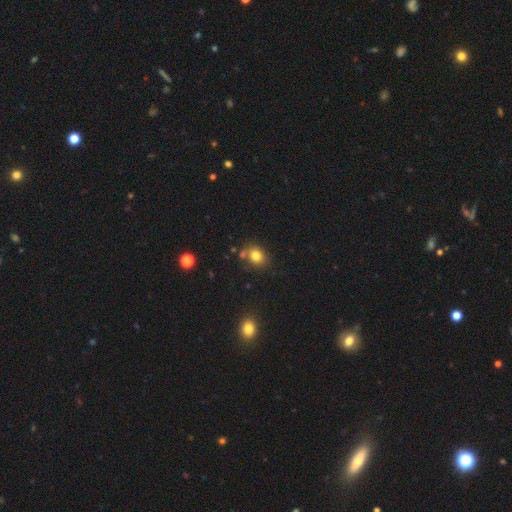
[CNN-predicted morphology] This is likely a smooth galaxy (79%). How rounded: possibly round (59%). Merging: likely none (69%).